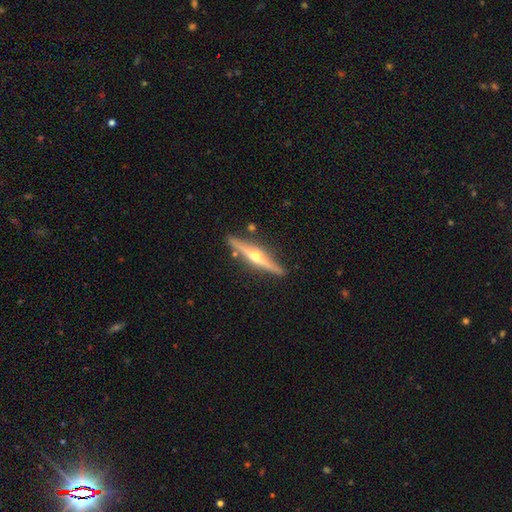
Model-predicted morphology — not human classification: smooth_or_featured: featured or disk (p=0.77) [alt: smooth p=0.18]
disk_edge_on: yes (p=0.97) [alt: no p=0.03]
edge_on_bulge: rounded (p=0.95) [alt: none p=0.03]
merging: none (p=0.86) [alt: minor disturbance p=0.09]